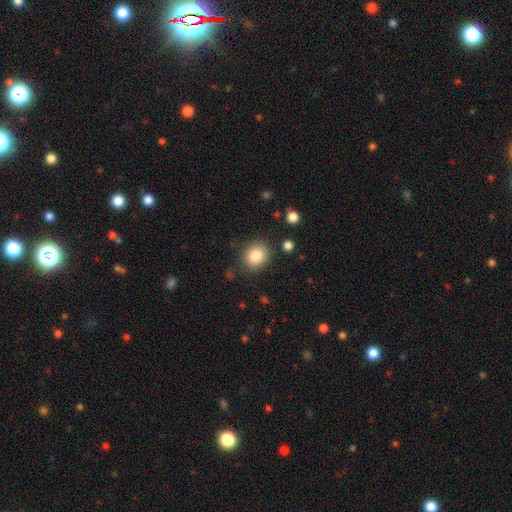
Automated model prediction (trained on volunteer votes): Smooth or featured?
  - smooth: 85% *
  - star or artifact: 9%
  - featured or disk: 6%
How rounded?
  - round: 72% *
  - in between: 27%
  - cigar-shaped: 1%
Merging?
  - none: 82% *
  - minor disturbance: 11%
  - major disturbance: 4%
  - merger: 3%